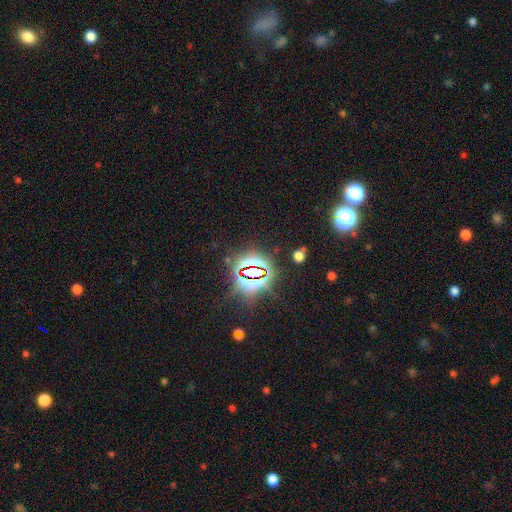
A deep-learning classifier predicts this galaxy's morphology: Q: Smooth or featured?
A: star or artifact (83%); runner-up: smooth (10%)